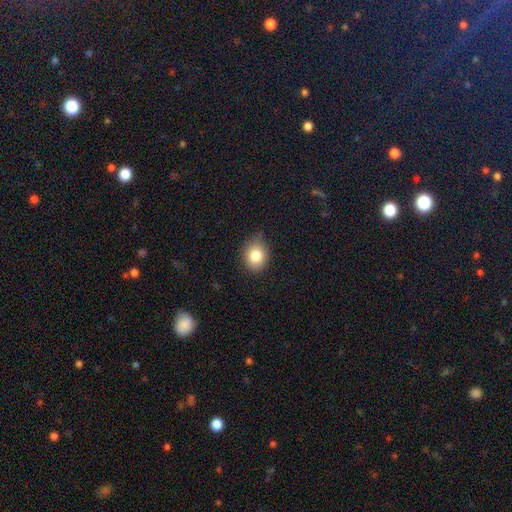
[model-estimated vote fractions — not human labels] smooth-or-featured: smooth: 81% | star or artifact: 10% | featured or disk: 9%
  how-rounded: round: 56% | in between: 43% | cigar-shaped: 1%
  merging: none: 76% | minor disturbance: 20% | major disturbance: 3% | merger: 1%